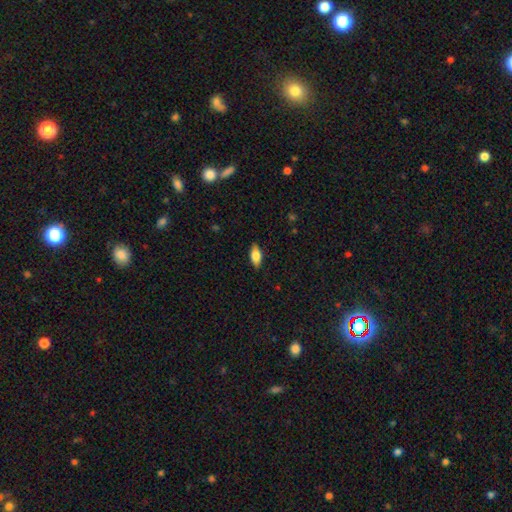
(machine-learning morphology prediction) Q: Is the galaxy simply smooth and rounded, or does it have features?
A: smooth — 72%.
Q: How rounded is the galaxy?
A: in between — 84%.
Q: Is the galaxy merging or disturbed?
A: none — 86%.